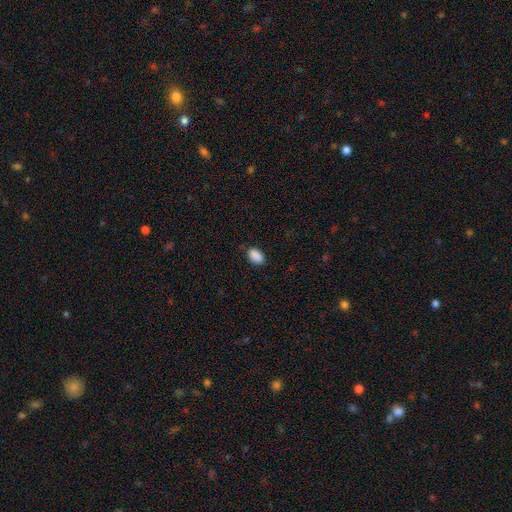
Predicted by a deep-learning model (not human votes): This appears to be a smooth galaxy with no disk features (89%) that is in between round and cigar-shaped (90%). Merging: none (79%).